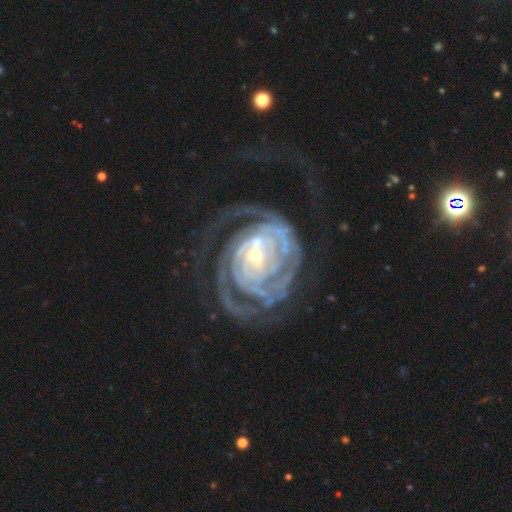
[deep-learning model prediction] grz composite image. It shows a featured or disk galaxy (91%) with no bar (39%), 2 (29%) tight (75%) spiral arms (97%) and a small central bulge (49%). Merging: none (49%).